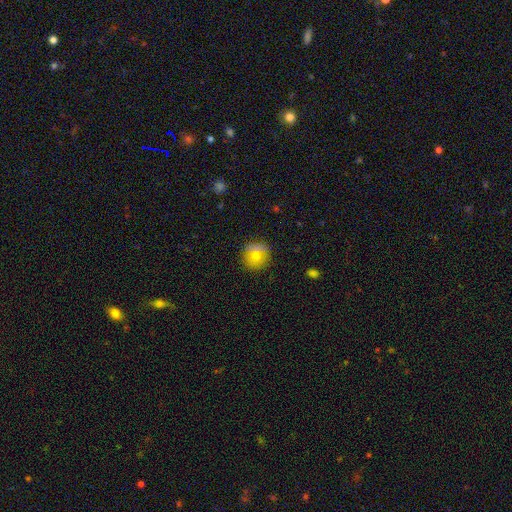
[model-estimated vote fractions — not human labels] This appears to be a smooth galaxy with no disk features (73%) that is round (92%). Merging: none (80%).